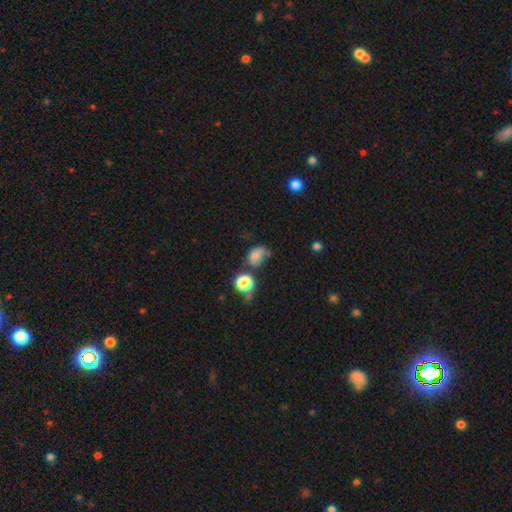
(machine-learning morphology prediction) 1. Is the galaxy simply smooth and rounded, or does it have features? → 73% smooth, 15% star or artifact, 13% featured or disk.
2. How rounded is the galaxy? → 66% in between, 33% round, 1% cigar-shaped.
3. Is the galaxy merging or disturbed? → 36% none, 29% minor disturbance, 18% merger, 17% major disturbance.